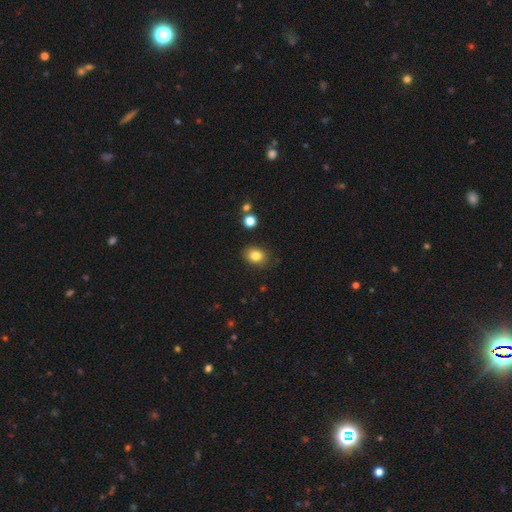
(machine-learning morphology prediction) Smooth or featured? smooth (83%)
How rounded? in between (60%)
Merging? none (84%)